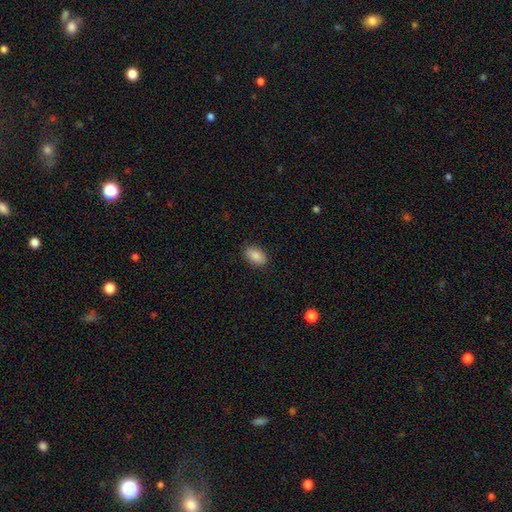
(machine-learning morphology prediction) Smooth or featured?
  - smooth: 87% *
  - star or artifact: 7%
  - featured or disk: 6%
How rounded?
  - in between: 90% *
  - round: 7%
  - cigar-shaped: 3%
Merging?
  - none: 87% *
  - minor disturbance: 10%
  - major disturbance: 2%
  - merger: 1%